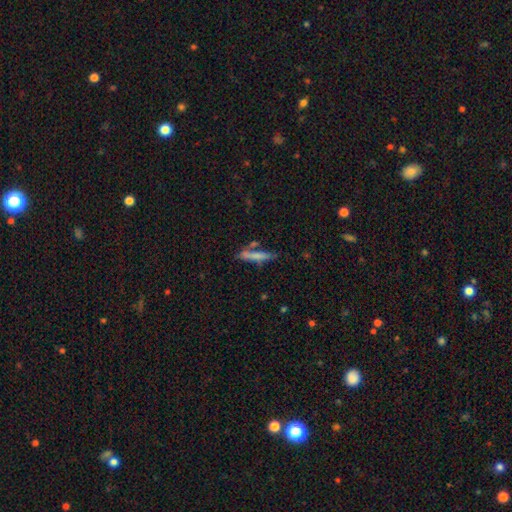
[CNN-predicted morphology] Smooth or featured?
  - smooth: 71% *
  - featured or disk: 22%
  - star or artifact: 7%
How rounded?
  - cigar-shaped: 88% *
  - in between: 10%
  - round: 2%
Merging?
  - none: 65% *
  - minor disturbance: 17%
  - merger: 14%
  - major disturbance: 5%